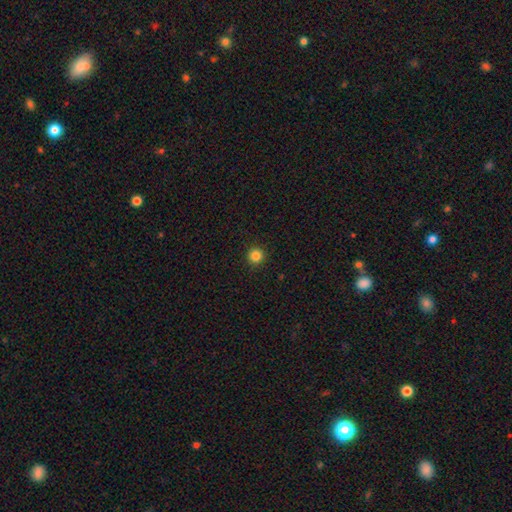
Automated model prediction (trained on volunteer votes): The model was most divided on "smooth or featured": smooth: 84%, star or artifact: 12%, featured or disk: 4%. More confident: how rounded — round (96%); merging — none (93%).